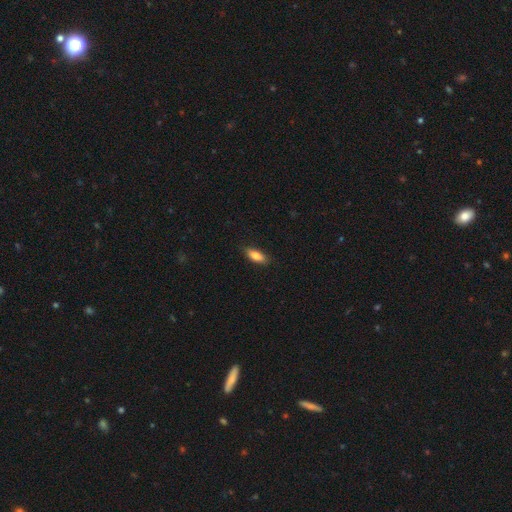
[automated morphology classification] Smooth or featured: smooth — 81% (featured or disk — 12%)
How rounded: in between — 73% (cigar-shaped — 25%)
Merging: none — 86% (minor disturbance — 11%)